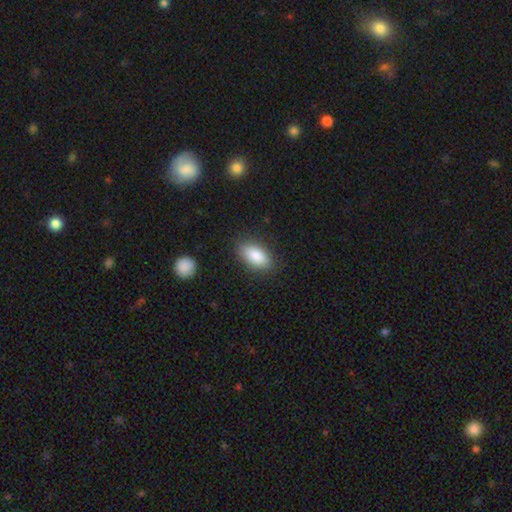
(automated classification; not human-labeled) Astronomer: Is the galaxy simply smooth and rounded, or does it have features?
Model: smooth — 86%.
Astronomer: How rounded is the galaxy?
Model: in between — 91%.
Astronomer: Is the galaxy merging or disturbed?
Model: none — 85%.